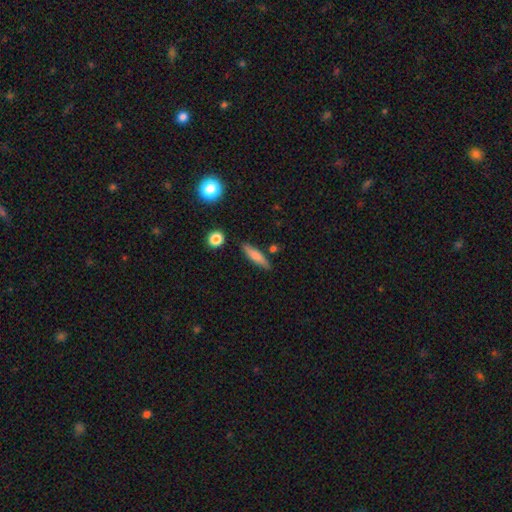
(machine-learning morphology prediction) The model was most divided on "smooth or featured": smooth: 72%, featured or disk: 21%, star or artifact: 7%. More confident: merging — none (82%); how rounded — cigar-shaped (76%).